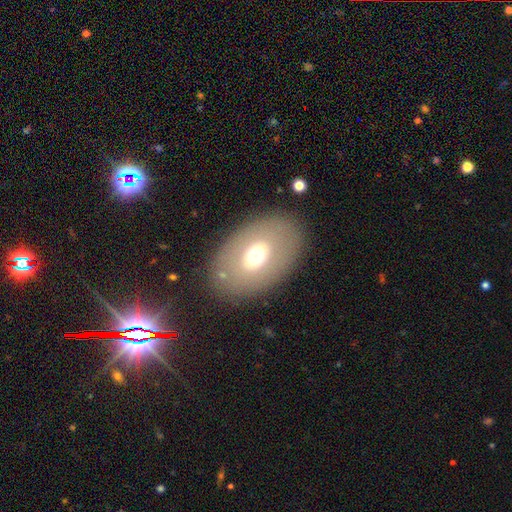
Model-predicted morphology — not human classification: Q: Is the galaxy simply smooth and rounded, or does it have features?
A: smooth — 57%.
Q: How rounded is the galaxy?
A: in between — 84%.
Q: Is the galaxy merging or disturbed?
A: none — 83%.